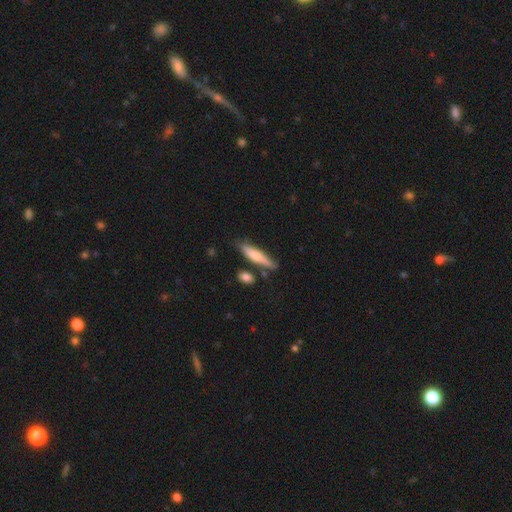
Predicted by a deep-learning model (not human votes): Morphology: type=smooth (68%); roundness=cigar-shaped (81%); merging=none (70%).